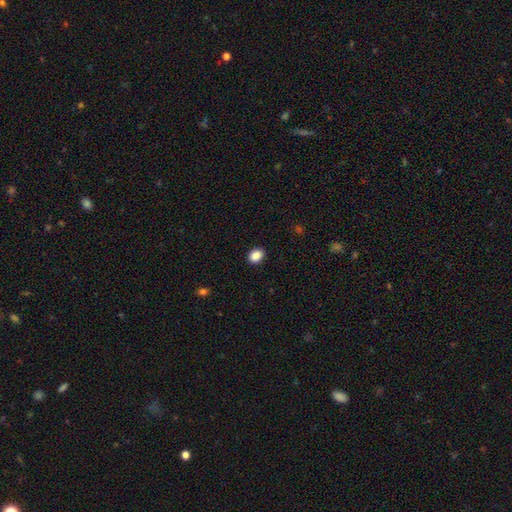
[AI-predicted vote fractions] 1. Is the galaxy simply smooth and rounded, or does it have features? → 89% smooth, 9% star or artifact, 2% featured or disk.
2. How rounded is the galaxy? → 59% in between, 41% round, 1% cigar-shaped.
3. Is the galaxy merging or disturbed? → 90% none, 7% minor disturbance, 2% major disturbance, 1% merger.